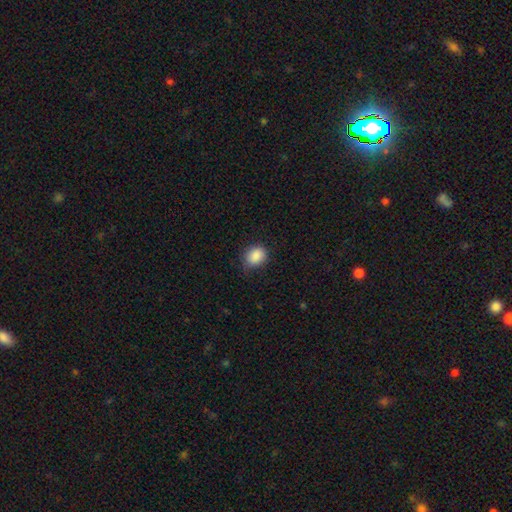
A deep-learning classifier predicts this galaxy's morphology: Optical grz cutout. It shows a smooth galaxy with no disk features (88%) that is round (56%). Merging: none (78%).